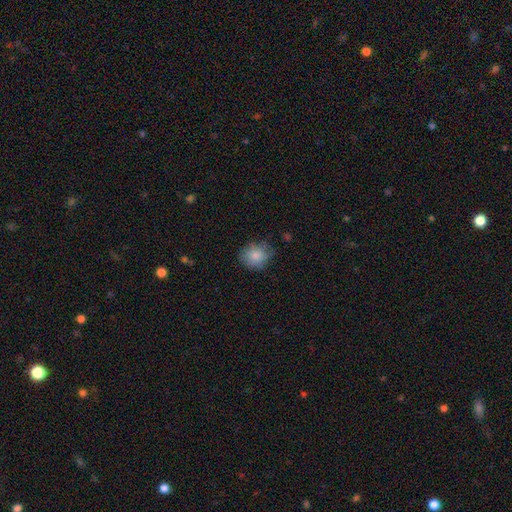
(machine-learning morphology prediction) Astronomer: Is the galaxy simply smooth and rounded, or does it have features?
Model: smooth — 82%.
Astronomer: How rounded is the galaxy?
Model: round — 69%.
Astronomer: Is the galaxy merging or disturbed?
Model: none — 67%.